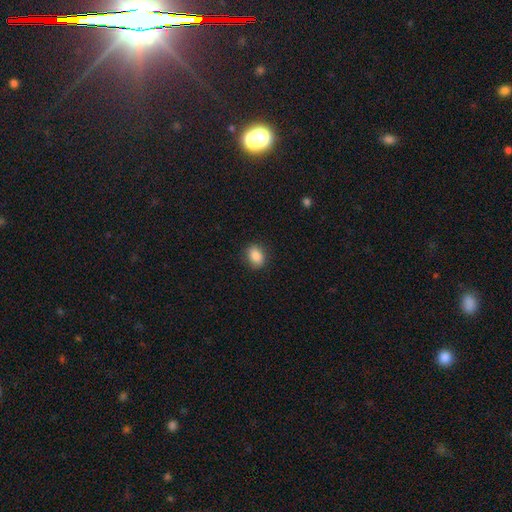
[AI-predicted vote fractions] Overall: smooth (88%). How rounded: in between (74%). Merging: none (87%).